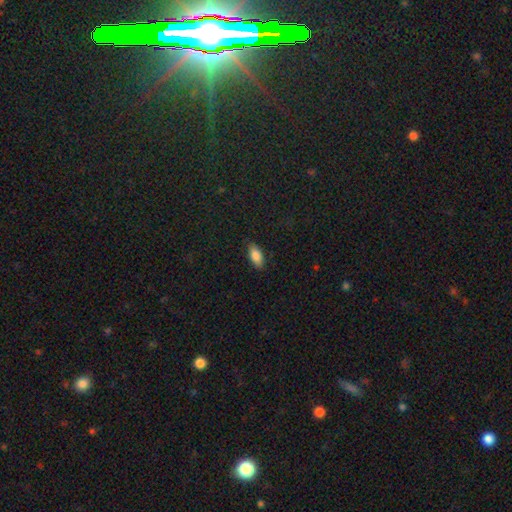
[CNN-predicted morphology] smooth-or-featured: smooth: 86% | featured or disk: 7% | star or artifact: 7%
  how-rounded: in between: 90% | cigar-shaped: 7% | round: 2%
  merging: none: 87% | minor disturbance: 10% | major disturbance: 2% | merger: 1%